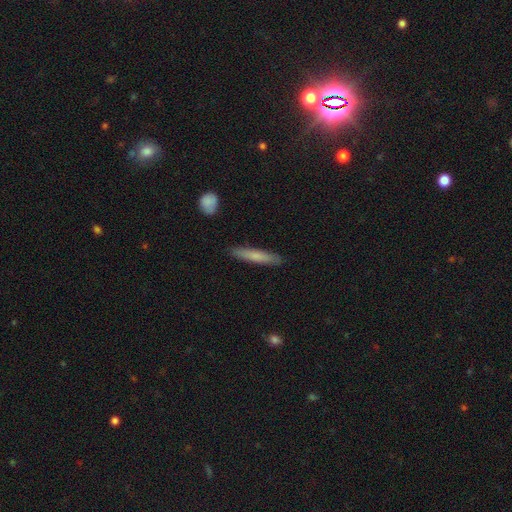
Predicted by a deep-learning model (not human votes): smooth-or-featured: smooth: 71% | featured or disk: 23% | star or artifact: 6%
  how-rounded: cigar-shaped: 92% | in between: 7% | round: 1%
  merging: none: 89% | minor disturbance: 8% | major disturbance: 2% | merger: 1%